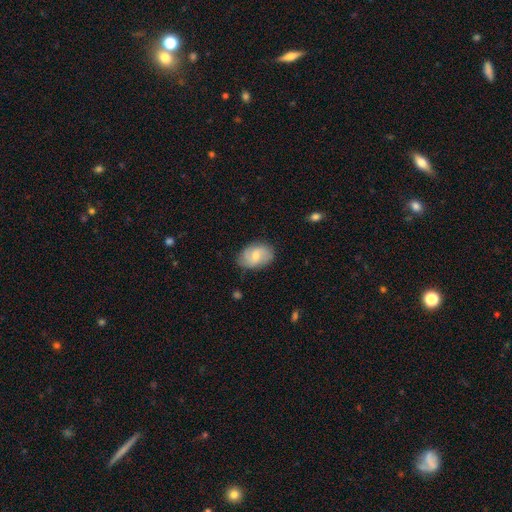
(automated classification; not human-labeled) Morphology: type=smooth (54%); roundness=in between (82%); merging=none (78%).